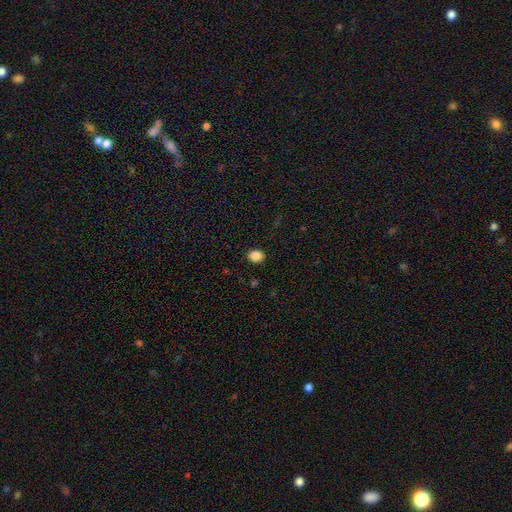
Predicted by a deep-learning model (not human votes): Morphology: type=smooth (87%); roundness=in between (51%); merging=none (90%).